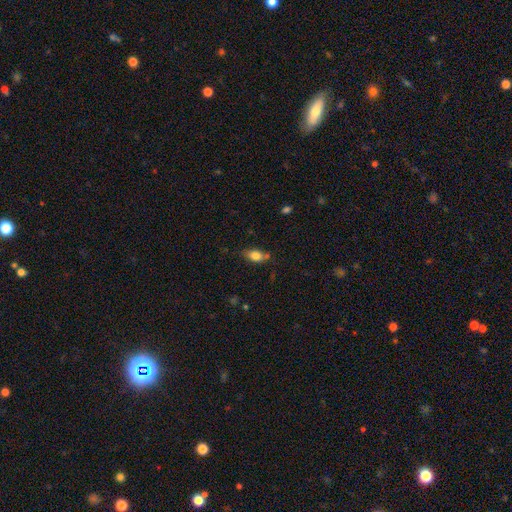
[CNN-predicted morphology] Q: Smooth or featured?
A: smooth (79%); runner-up: featured or disk (12%)
Q: How rounded?
A: in between (85%); runner-up: round (8%)
Q: Merging?
A: none (68%); runner-up: minor disturbance (22%)